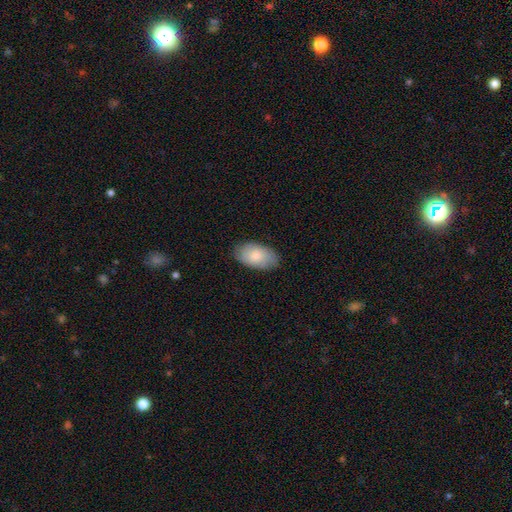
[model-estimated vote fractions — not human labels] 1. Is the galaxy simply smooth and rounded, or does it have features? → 81% smooth, 13% featured or disk, 6% star or artifact.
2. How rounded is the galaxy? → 95% in between, 4% round, 2% cigar-shaped.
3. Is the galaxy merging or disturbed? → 81% none, 15% minor disturbance, 3% major disturbance, 1% merger.